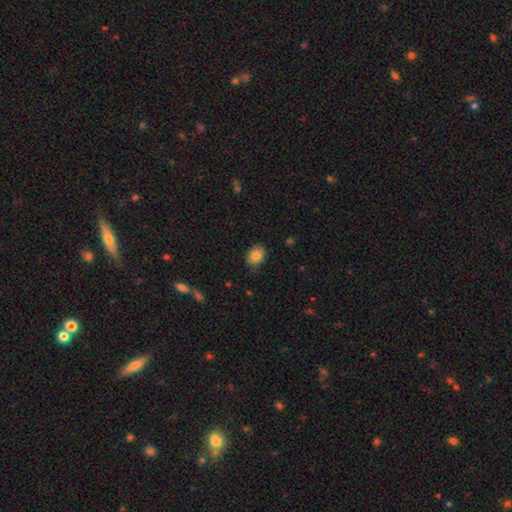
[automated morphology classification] Smooth or featured? Predicted: smooth (p=0.84). How rounded? Predicted: in between (p=0.73). Merging? Predicted: none (p=0.81).